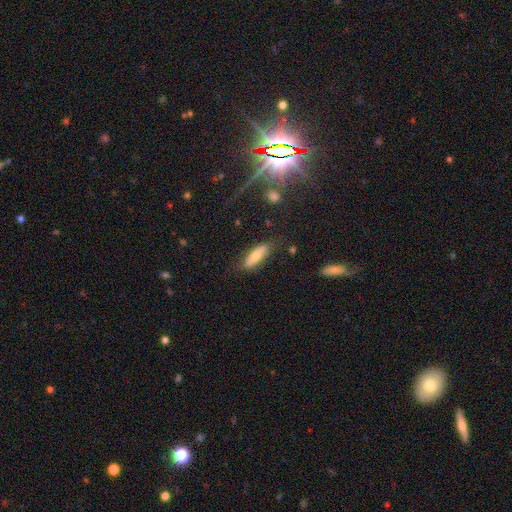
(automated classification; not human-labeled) A smooth galaxy with no disk features (59%) that is in between round and cigar-shaped (50%). Merging: none (73%).